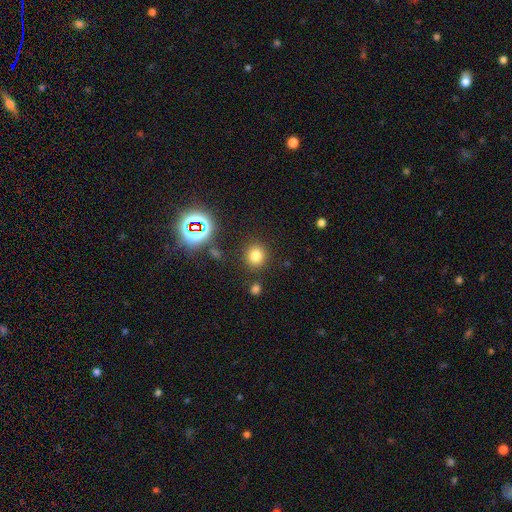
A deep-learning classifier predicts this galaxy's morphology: A smooth galaxy with no disk features (76%) that is round (85%).

Vote fractions:
- Smooth or featured? smooth: 76% / star or artifact: 17% / featured or disk: 7%
- How rounded? round: 85% / in between: 14% / cigar-shaped: 1%
- Merging? none: 86% / minor disturbance: 8% / merger: 4% / major disturbance: 3%